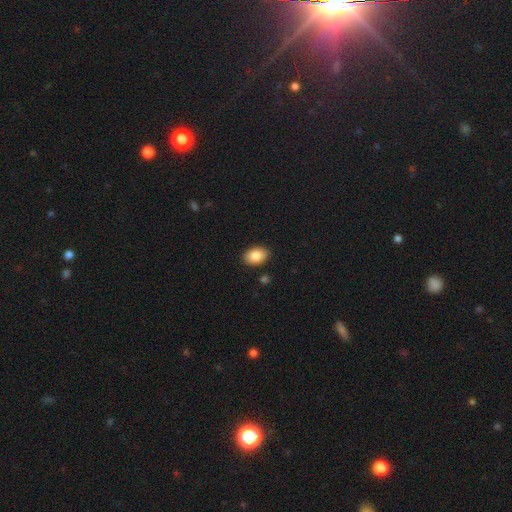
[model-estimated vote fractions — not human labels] Smooth or featured?
  - smooth: 88% *
  - star or artifact: 7%
  - featured or disk: 5%
How rounded?
  - in between: 88% *
  - round: 11%
  - cigar-shaped: 1%
Merging?
  - none: 89% *
  - minor disturbance: 8%
  - major disturbance: 2%
  - merger: 1%